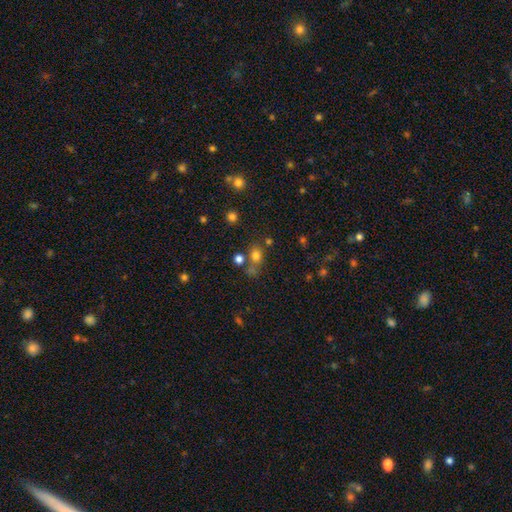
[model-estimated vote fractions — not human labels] The model was most divided on "how rounded": round: 64%, in between: 34%, cigar-shaped: 2%. More confident: smooth or featured — smooth (72%); merging — none (60%).